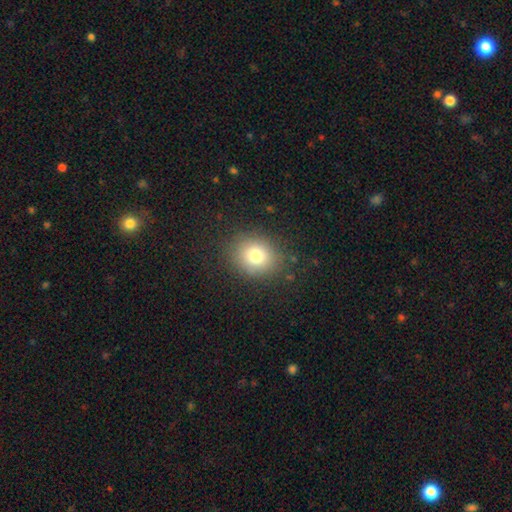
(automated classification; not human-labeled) This appears to be a smooth galaxy with no disk features (76%) that is round (71%). Merging: none (85%).